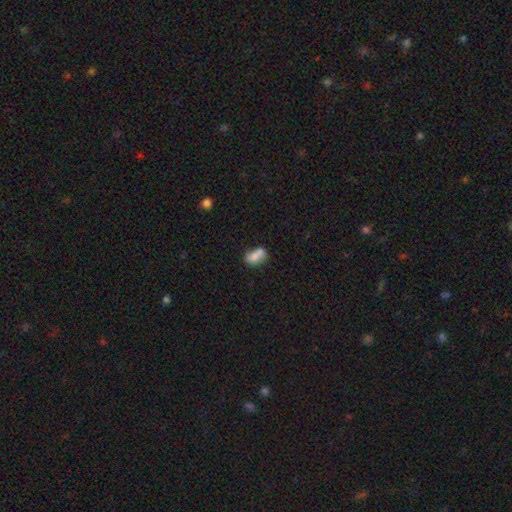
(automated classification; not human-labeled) smooth_or_featured: smooth (p=0.71) [alt: featured or disk p=0.20]
how_rounded: in between (p=0.82) [alt: round p=0.14]
merging: none (p=0.39) [alt: merger p=0.37]